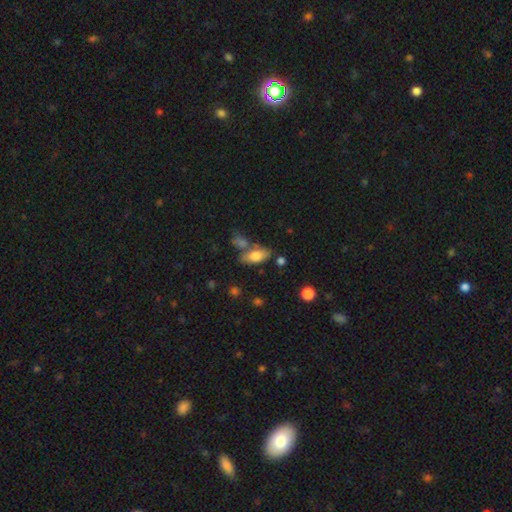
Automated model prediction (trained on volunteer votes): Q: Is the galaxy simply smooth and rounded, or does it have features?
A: smooth — 73%.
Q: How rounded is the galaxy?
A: in between — 83%.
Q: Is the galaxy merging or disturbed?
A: none — 60%.